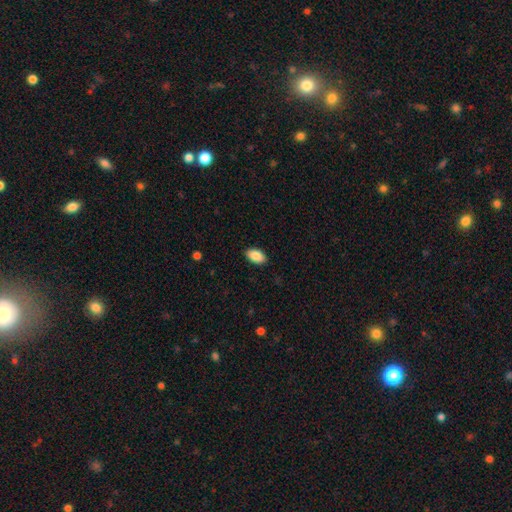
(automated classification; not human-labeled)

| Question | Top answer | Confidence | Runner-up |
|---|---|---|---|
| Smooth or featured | smooth | 89% | star or artifact (7%) |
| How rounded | in between | 94% | round (5%) |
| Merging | none | 89% | minor disturbance (8%) |